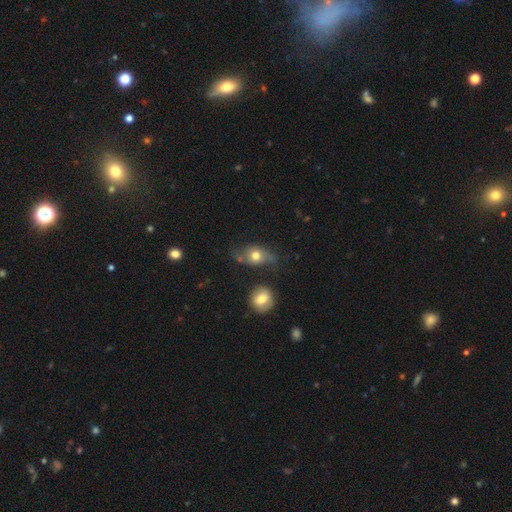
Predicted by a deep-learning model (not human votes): This appears to be a smooth galaxy with no disk features (59%) that is in between round and cigar-shaped (55%). Merging: none (53%).